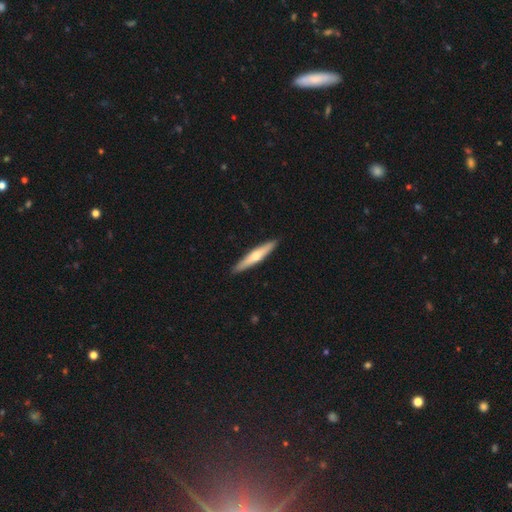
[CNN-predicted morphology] Smooth or featured? Predicted: smooth (p=0.48). Merging? Predicted: none (p=0.91).